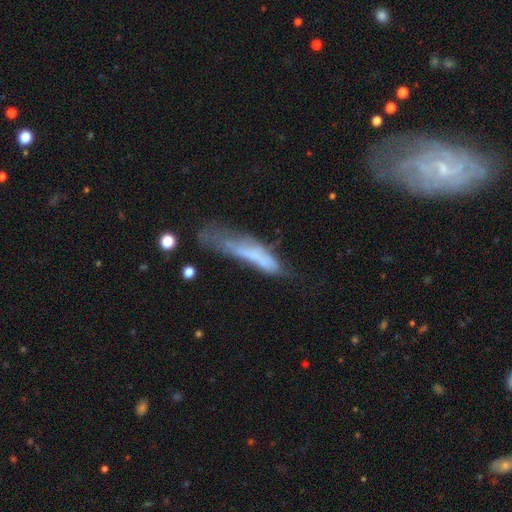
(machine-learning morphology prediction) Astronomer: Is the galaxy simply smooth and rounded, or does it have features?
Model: smooth — 51% (runner-up: featured or disk, 38%).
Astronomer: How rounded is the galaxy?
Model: cigar-shaped — 79%.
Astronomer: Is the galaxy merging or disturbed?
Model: major disturbance — 36% (runner-up: none, 28%).